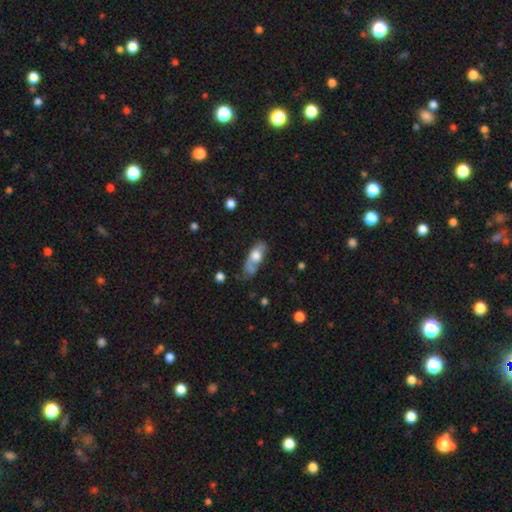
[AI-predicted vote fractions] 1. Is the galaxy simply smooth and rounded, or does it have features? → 53% smooth, 40% featured or disk, 7% star or artifact.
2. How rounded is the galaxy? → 77% in between, 16% cigar-shaped, 7% round.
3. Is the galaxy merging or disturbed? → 47% none, 27% minor disturbance, 18% major disturbance, 8% merger.